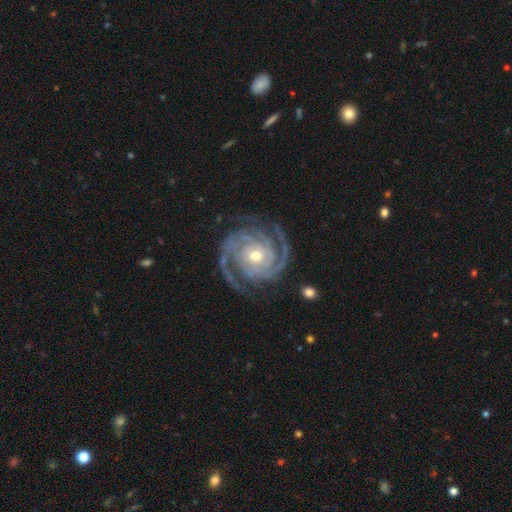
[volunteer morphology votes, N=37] featured or disk 95%, smooth 3%, star or artifact 3%. Down the decision tree: edge-on disk — no (100%); bar — no (86%); spiral arms — yes (97%); spiral arm count — 3 (41%); spiral winding — tight (79%); bulge size — moderate (49%, tied with small); merging — none (83%).